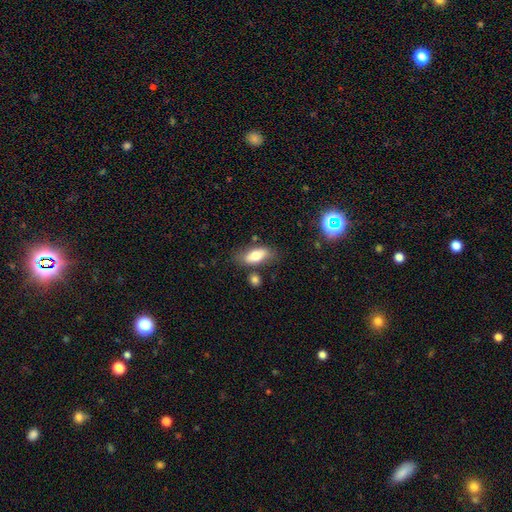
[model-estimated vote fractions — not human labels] Morphology: type=smooth (74%); roundness=in between (82%); merging=none (70%).